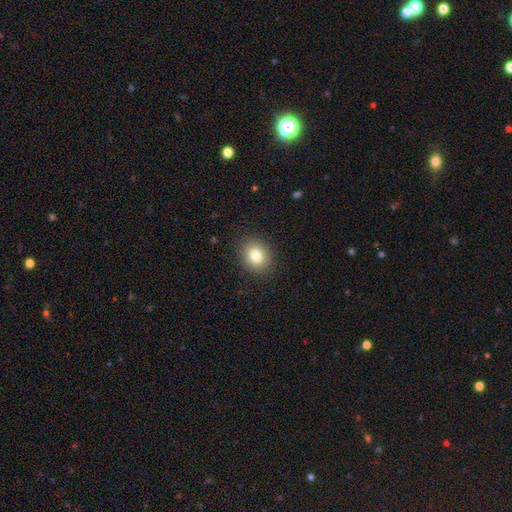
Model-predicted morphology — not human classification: A smooth galaxy with no disk features (81%) that is round (61%). Merging: none (89%).